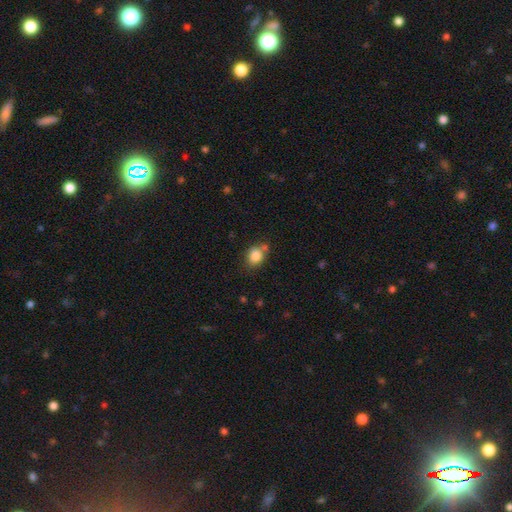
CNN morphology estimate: This appears to be a smooth galaxy with no disk features (84%) that is round (60%). Merging: none (62%).